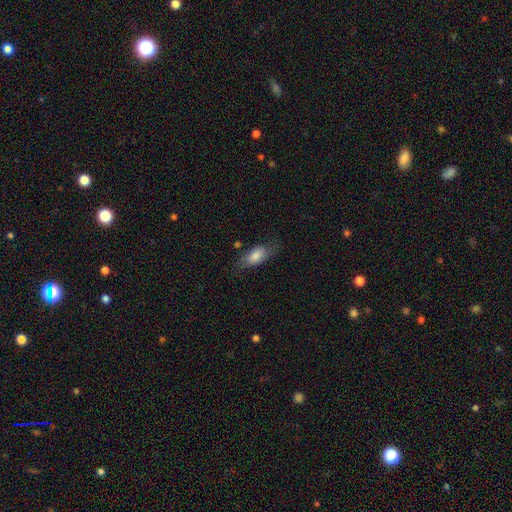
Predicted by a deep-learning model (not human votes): smooth 65%, featured or disk 27%, star or artifact 9%. Down the decision tree: how rounded — in between (79%); merging — none (66%).